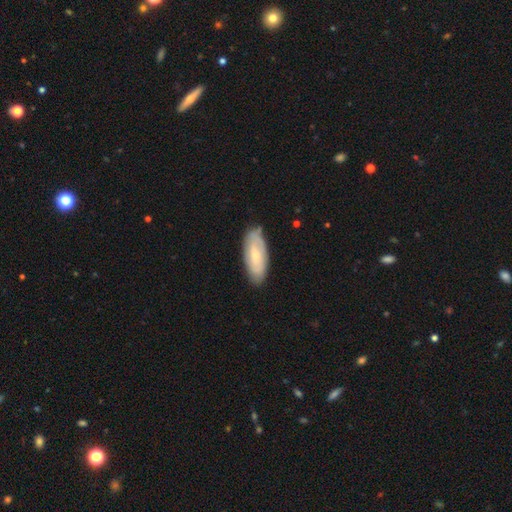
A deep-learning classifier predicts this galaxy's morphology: smooth_or_featured: smooth (p=0.55) [alt: featured or disk p=0.39]
how_rounded: in between (p=0.78) [alt: cigar-shaped p=0.20]
merging: none (p=0.78) [alt: minor disturbance p=0.17]